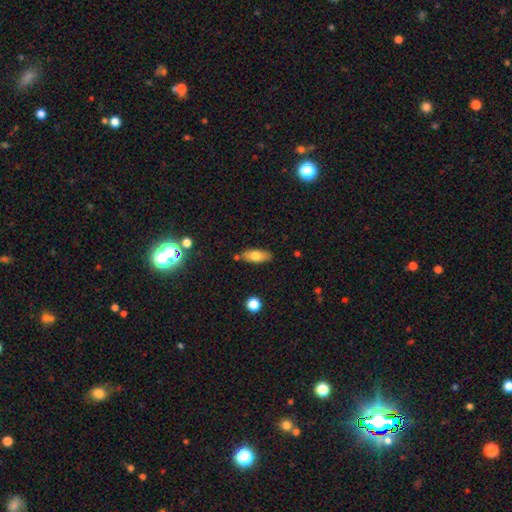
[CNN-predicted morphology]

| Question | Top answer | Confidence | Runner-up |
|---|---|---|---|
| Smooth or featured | smooth | 71% | featured or disk (21%) |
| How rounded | in between | 79% | cigar-shaped (18%) |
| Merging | none | 80% | minor disturbance (13%) |